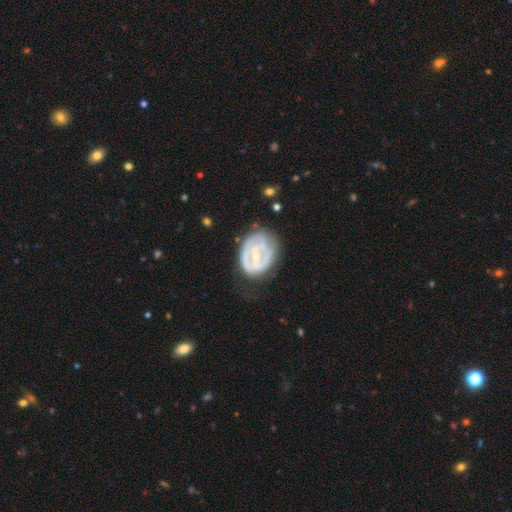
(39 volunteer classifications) Morphology: type=featured or disk (72%); edge-on=no (100%); bar=no (46%); spiral arms=no (61%); bulge=moderate (50%); merging=major disturbance (37%).